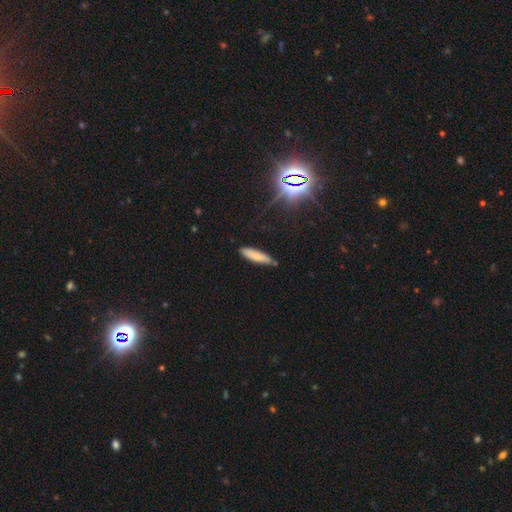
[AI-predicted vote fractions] This is likely a smooth galaxy (77%). How rounded: likely cigar-shaped (75%). Merging: likely none (77%).